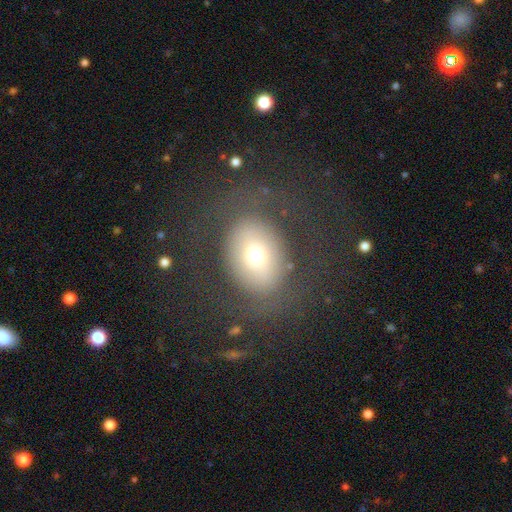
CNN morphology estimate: Smooth or featured?
  - smooth: 63% *
  - featured or disk: 24%
  - star or artifact: 13%
How rounded?
  - round: 52% *
  - in between: 47%
  - cigar-shaped: 1%
Merging?
  - none: 71% *
  - major disturbance: 15%
  - minor disturbance: 12%
  - merger: 2%